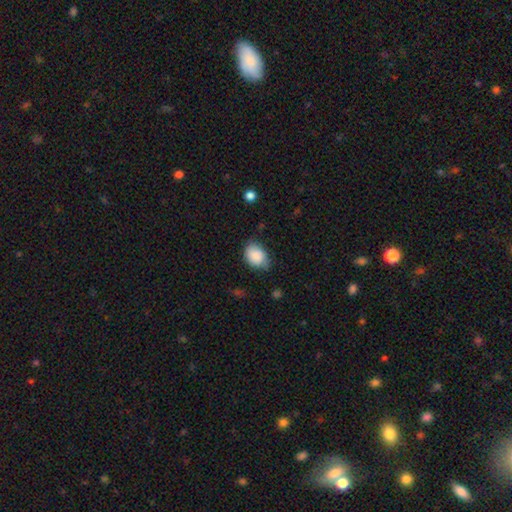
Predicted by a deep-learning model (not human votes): smooth_or_featured: smooth (p=0.87) [alt: star or artifact p=0.07]
how_rounded: in between (p=0.64) [alt: round p=0.35]
merging: none (p=0.64) [alt: minor disturbance p=0.28]